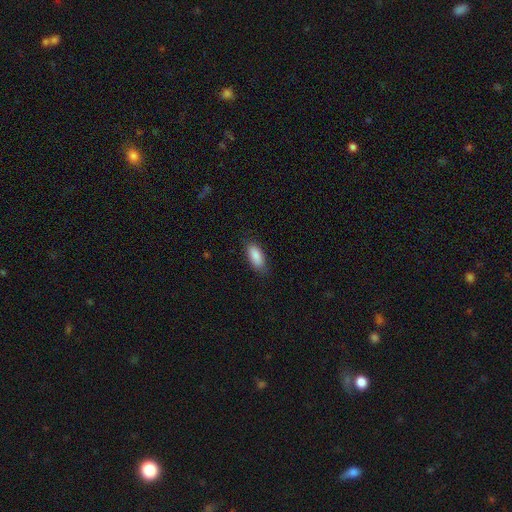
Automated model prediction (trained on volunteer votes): Smooth or featured? smooth (89%)
How rounded? in between (86%)
Merging? none (83%)